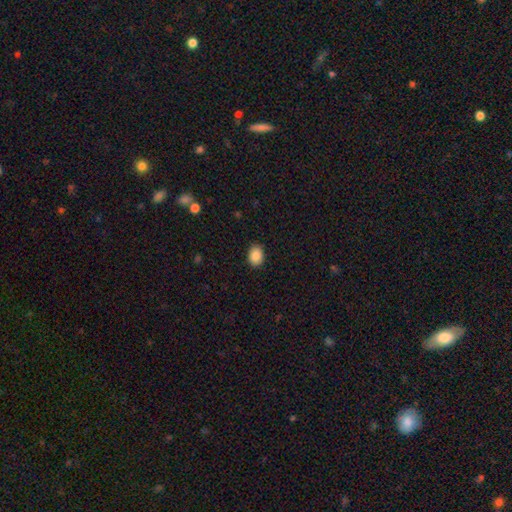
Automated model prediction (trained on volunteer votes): Overall: smooth (88%). How rounded: in between (66%; round 33%). Merging: none (88%).